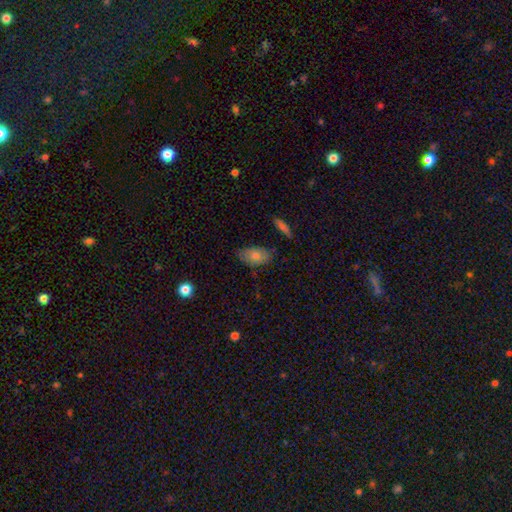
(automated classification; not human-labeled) A smooth galaxy with no disk features (70%) that is in between round and cigar-shaped (90%). Merging: none (72%).